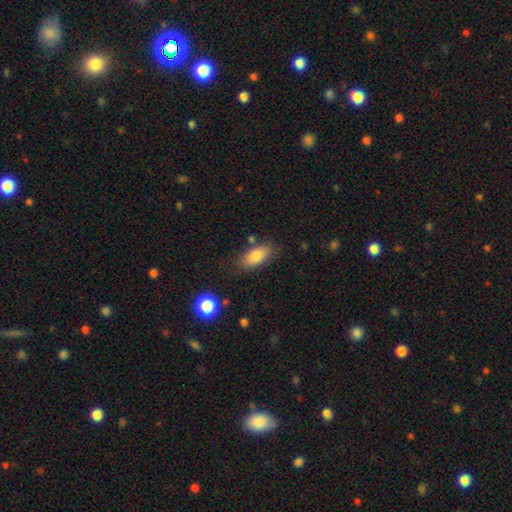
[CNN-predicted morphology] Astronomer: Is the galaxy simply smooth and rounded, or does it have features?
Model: smooth — 82%.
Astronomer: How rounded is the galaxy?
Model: in between — 87%.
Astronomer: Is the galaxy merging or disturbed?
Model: none — 77%.